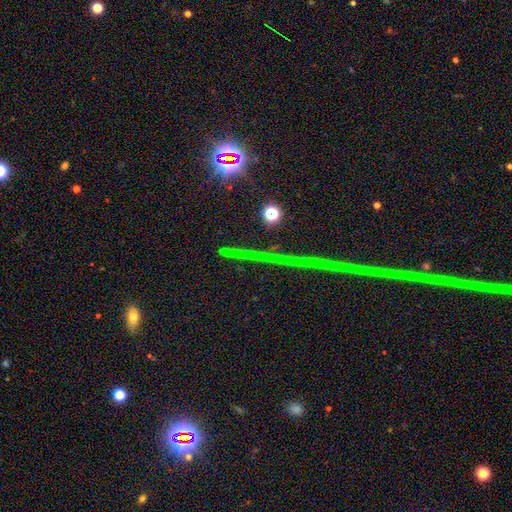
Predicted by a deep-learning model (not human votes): Q: Smooth or featured?
A: star or artifact (82%); runner-up: featured or disk (11%)